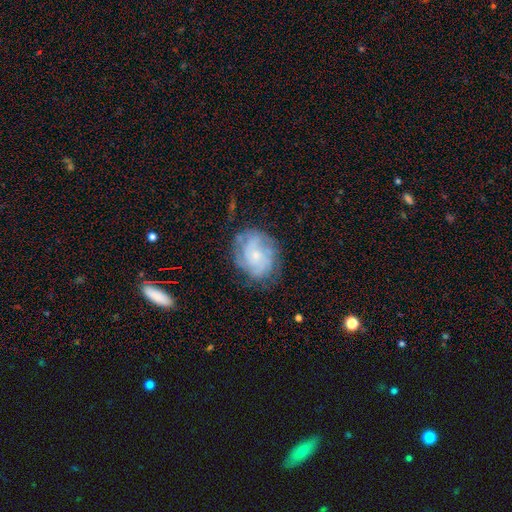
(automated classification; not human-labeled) Smooth or featured: featured or disk — 75% (smooth — 17%)
Edge-on disk: no — 98% (yes — 2%)
Bar: no — 76% (weak — 21%)
Spiral arms: yes — 92% (no — 8%)
Spiral winding: tight — 60% (medium — 31%)
Spiral arm count: can't tell — 36% (3 — 21%)
Bulge size: small — 71% (moderate — 20%)
Merging: none — 70% (minor disturbance — 19%)